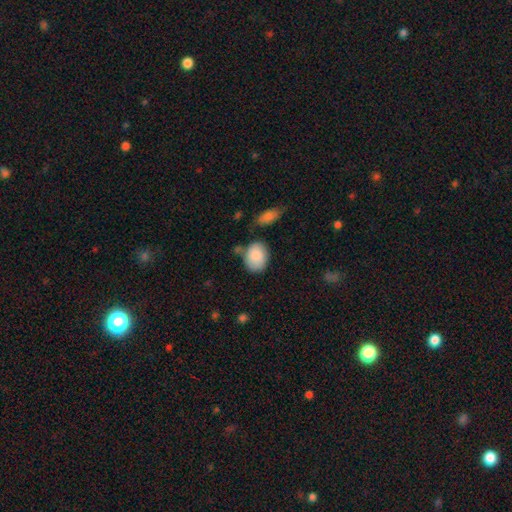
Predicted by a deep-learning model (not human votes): smooth-or-featured: smooth: 86% | featured or disk: 8% | star or artifact: 6%
  how-rounded: in between: 64% | round: 35% | cigar-shaped: 1%
  merging: none: 61% | minor disturbance: 24% | merger: 9% | major disturbance: 6%